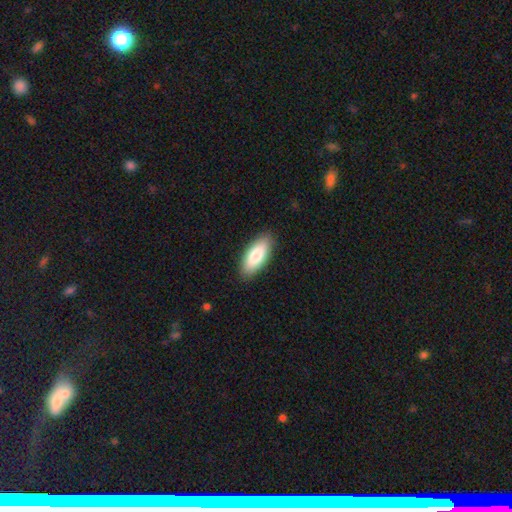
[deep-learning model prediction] This is clearly a smooth galaxy (82%). How rounded: likely in between (78%). Merging: clearly none (88%).